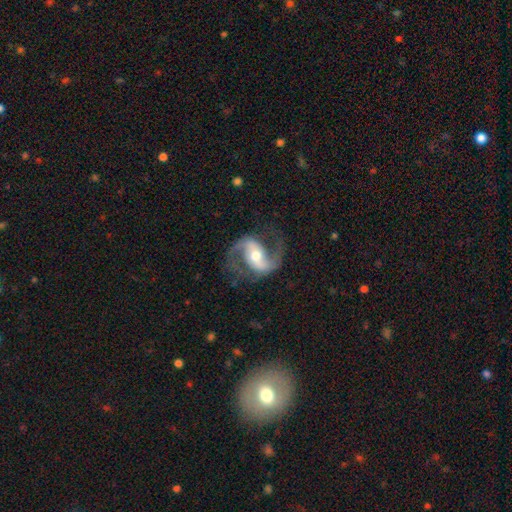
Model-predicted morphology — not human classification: Smooth or featured? Predicted: featured or disk (p=0.91). Edge-on disk? Predicted: no (p=0.97). Bar? Predicted: weak (p=0.38, tied with strong). Spiral arms? Predicted: yes (p=0.97). Spiral winding? Predicted: medium (p=0.50). Spiral arm count? Predicted: 2 (p=0.94). Bulge size? Predicted: moderate (p=0.70). Merging? Predicted: none (p=0.77).